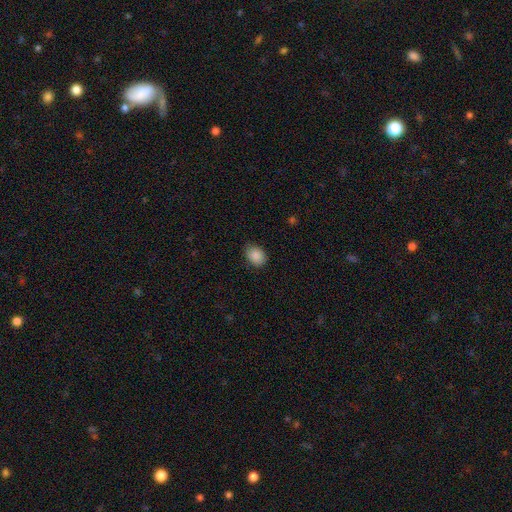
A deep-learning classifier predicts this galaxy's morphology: The model was most divided on "how rounded": in between: 62%, round: 37%, cigar-shaped: 1%. More confident: smooth or featured — smooth (88%); merging — none (77%).